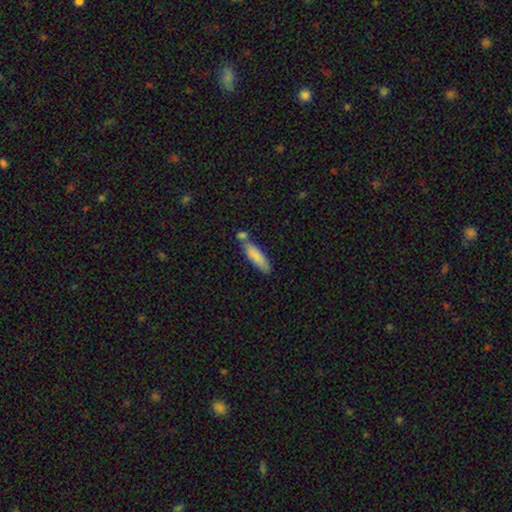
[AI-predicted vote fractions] The model was most divided on "merging": none: 52%, merger: 28%, minor disturbance: 16%, major disturbance: 4%. More confident: smooth or featured — smooth (82%); how rounded — cigar-shaped (69%).